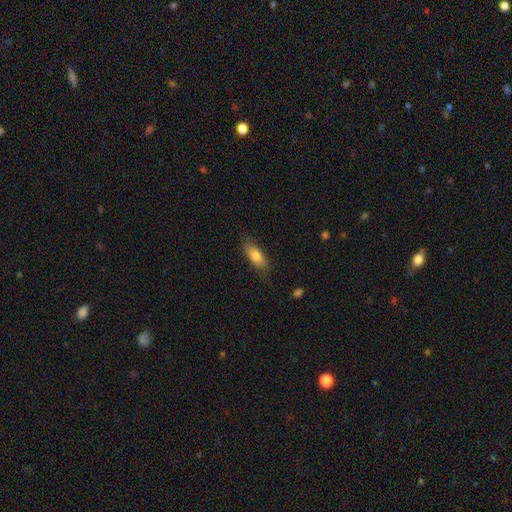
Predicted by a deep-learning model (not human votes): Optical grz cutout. It shows a smooth galaxy with no disk features (78%) that is in between round and cigar-shaped (72%). Merging: none (75%).